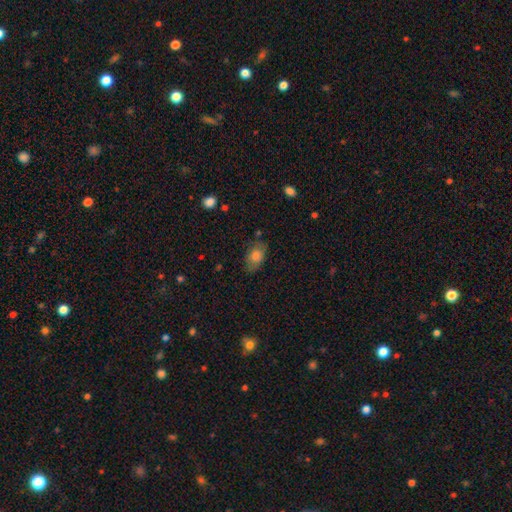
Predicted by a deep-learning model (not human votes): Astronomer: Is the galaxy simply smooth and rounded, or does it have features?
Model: smooth — 73%.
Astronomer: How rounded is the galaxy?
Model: in between — 85%.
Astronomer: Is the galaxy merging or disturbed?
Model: none — 74%.